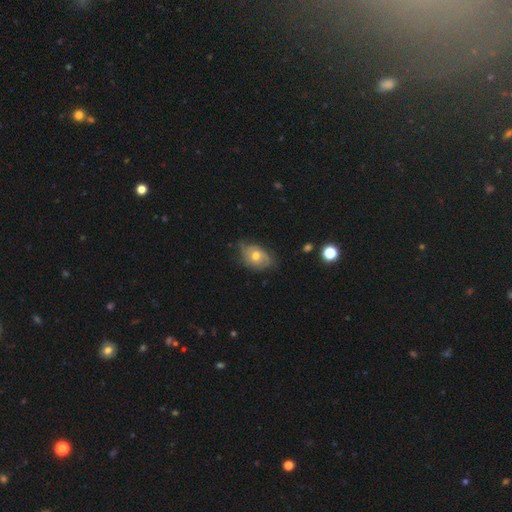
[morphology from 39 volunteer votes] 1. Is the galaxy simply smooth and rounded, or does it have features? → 72% featured or disk, 23% smooth, 5% star or artifact.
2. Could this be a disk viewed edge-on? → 96% no, 4% yes.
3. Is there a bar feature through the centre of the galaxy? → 59% no, 33% weak, 7% strong.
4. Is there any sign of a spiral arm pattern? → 78% yes, 22% no.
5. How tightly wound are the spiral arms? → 52% tight, 29% medium, 19% loose.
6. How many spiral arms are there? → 43% 2, 29% can't tell, 10% 1, 10% 3, 10% 4, 0% more than 4.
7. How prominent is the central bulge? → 74% moderate, 11% large, 11% small, 4% dominant, 0% none.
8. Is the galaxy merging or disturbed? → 57% none, 22% major disturbance, 19% minor disturbance, 3% merger.